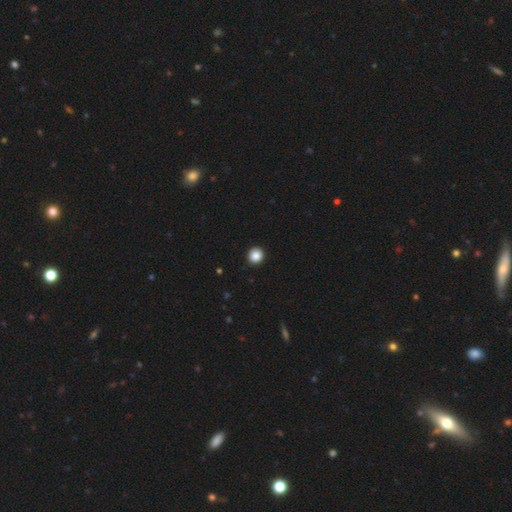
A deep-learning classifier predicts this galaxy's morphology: smooth-or-featured: smooth: 87% | star or artifact: 10% | featured or disk: 3%
  how-rounded: round: 94% | in between: 5% | cigar-shaped: 1%
  merging: none: 94% | minor disturbance: 4% | major disturbance: 1% | merger: 1%